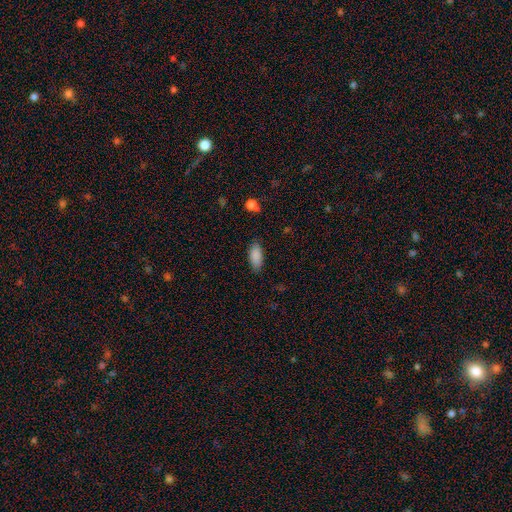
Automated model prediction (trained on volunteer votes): smooth 88%, star or artifact 7%, featured or disk 5%. Down the decision tree: how rounded — in between (86%); merging — none (81%).